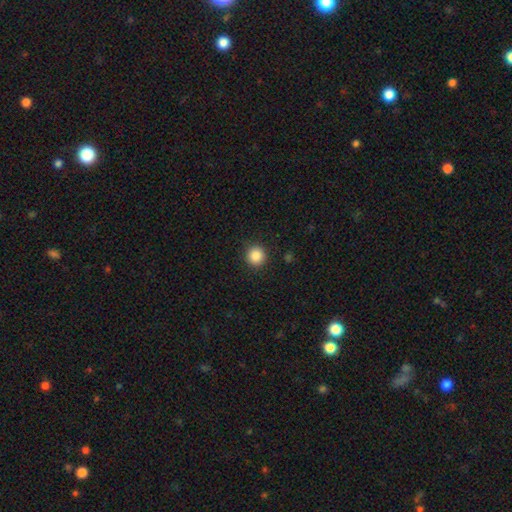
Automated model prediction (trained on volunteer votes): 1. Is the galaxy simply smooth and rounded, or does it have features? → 87% smooth, 10% star or artifact, 3% featured or disk.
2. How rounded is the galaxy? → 94% round, 5% in between, 1% cigar-shaped.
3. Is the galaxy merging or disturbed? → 91% none, 6% minor disturbance, 2% major disturbance, 1% merger.